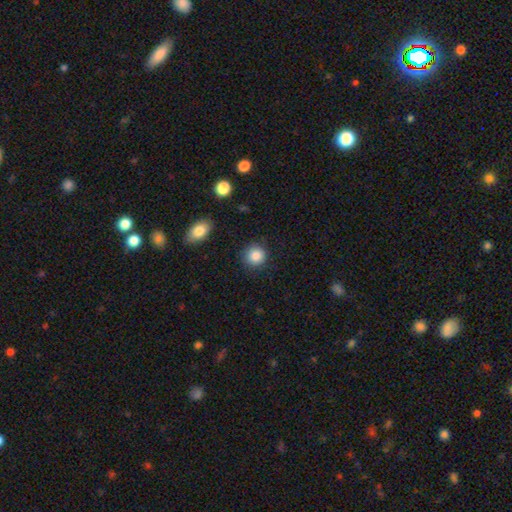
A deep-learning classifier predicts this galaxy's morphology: smooth-or-featured: smooth: 87% | star or artifact: 8% | featured or disk: 4%
  how-rounded: round: 90% | in between: 9% | cigar-shaped: 1%
  merging: none: 87% | minor disturbance: 9% | major disturbance: 3% | merger: 2%